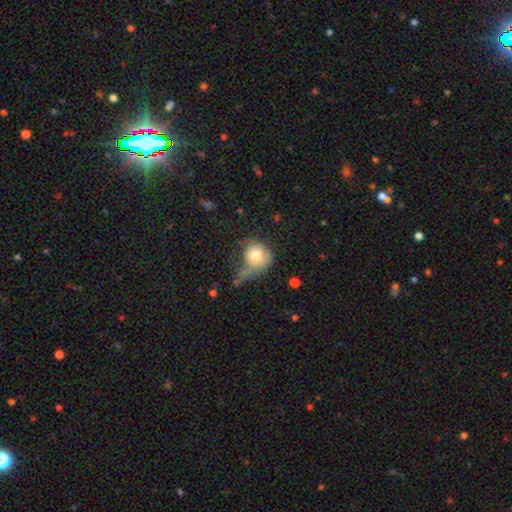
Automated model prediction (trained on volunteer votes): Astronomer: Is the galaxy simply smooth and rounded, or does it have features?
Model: smooth — 74%.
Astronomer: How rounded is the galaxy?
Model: round — 81%.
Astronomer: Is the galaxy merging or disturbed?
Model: major disturbance — 35% (runner-up: none, 27%).